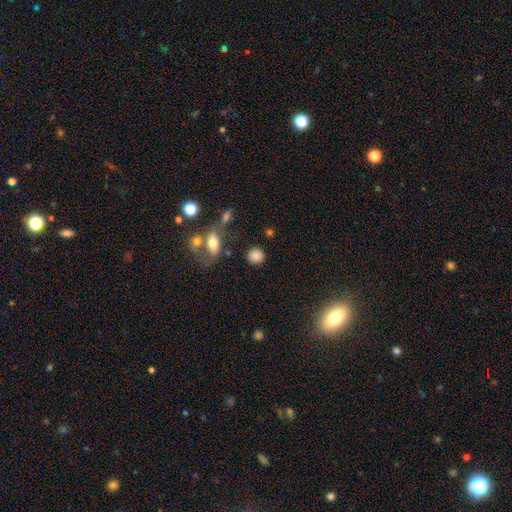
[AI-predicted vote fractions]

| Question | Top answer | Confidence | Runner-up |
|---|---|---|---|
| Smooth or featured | smooth | 84% | star or artifact (10%) |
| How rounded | round | 83% | in between (16%) |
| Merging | none | 80% | minor disturbance (10%) |